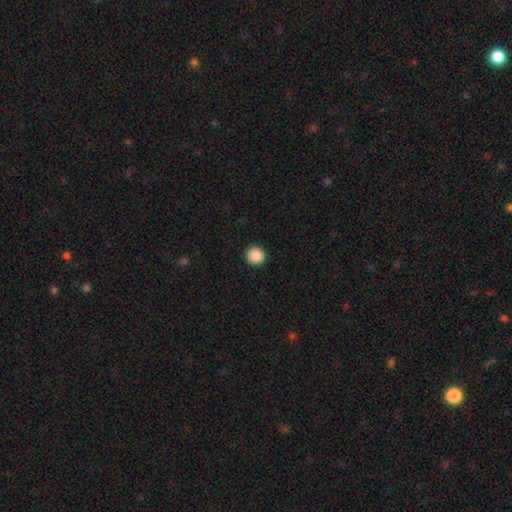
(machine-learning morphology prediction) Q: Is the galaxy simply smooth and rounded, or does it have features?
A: smooth — 89%.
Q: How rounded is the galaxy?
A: round — 94%.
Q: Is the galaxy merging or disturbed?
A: none — 93%.